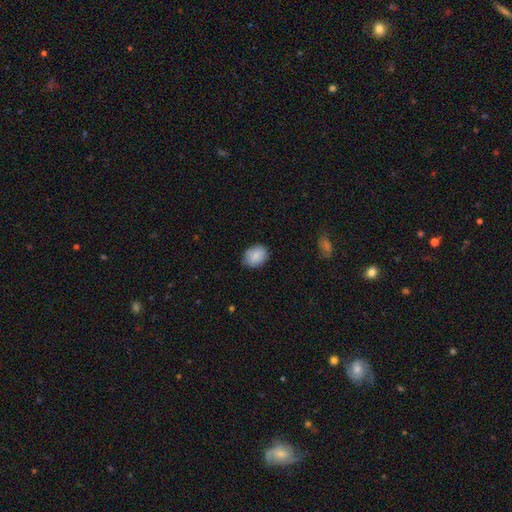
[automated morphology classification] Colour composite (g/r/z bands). It shows a smooth galaxy with no disk features (86%) that is in between round and cigar-shaped (65%). Merging: none (80%).